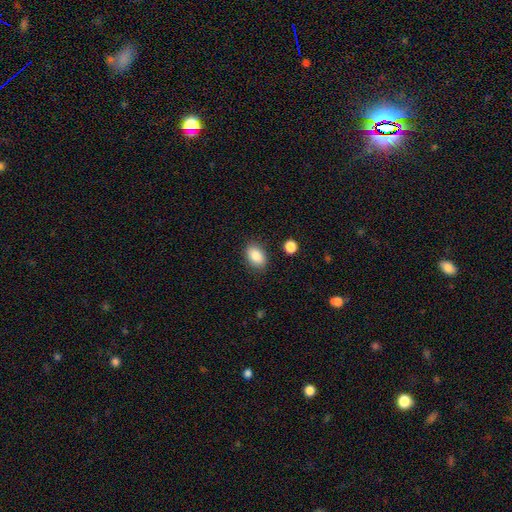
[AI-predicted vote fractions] Smooth or featured? Predicted: smooth (p=0.87). How rounded? Predicted: in between (p=0.85). Merging? Predicted: none (p=0.85).